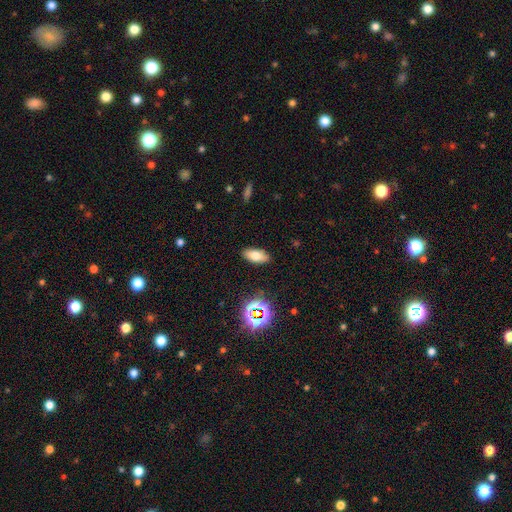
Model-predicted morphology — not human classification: The model was most divided on "smooth or featured": smooth: 73%, featured or disk: 14%, star or artifact: 13%. More confident: merging — none (88%); how rounded — in between (84%).